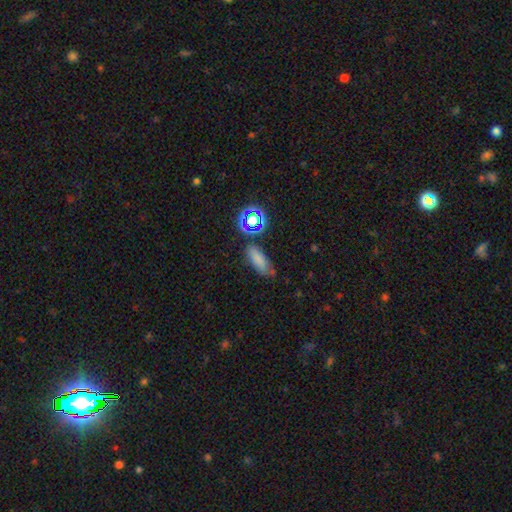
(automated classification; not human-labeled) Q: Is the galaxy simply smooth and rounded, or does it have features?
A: smooth — 48%.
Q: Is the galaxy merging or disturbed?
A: none — 69%.